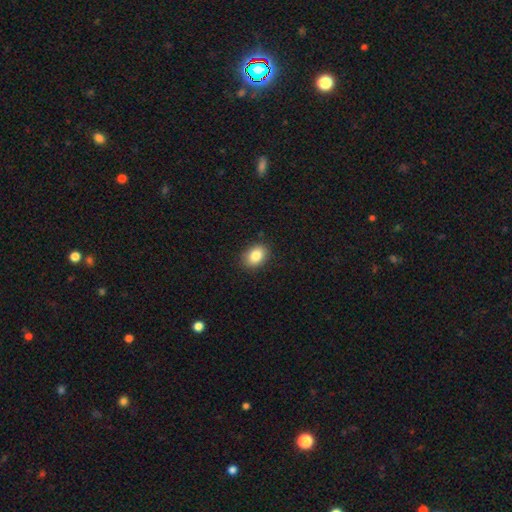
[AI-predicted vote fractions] A smooth galaxy with no disk features (84%) that is in between round and cigar-shaped (71%). Merging: none (88%).